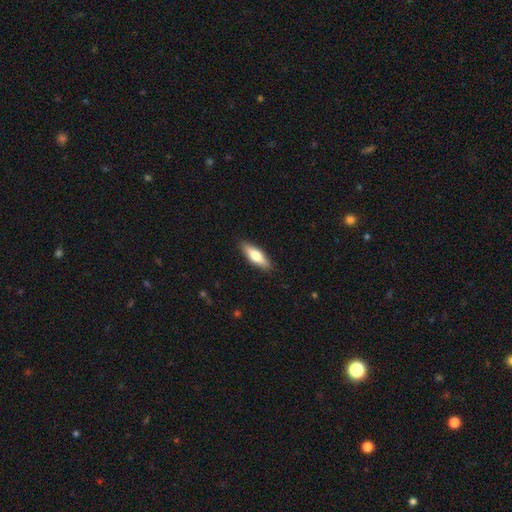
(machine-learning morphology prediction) type=smooth (64%); roundness=in between (50%); merging=none (89%).